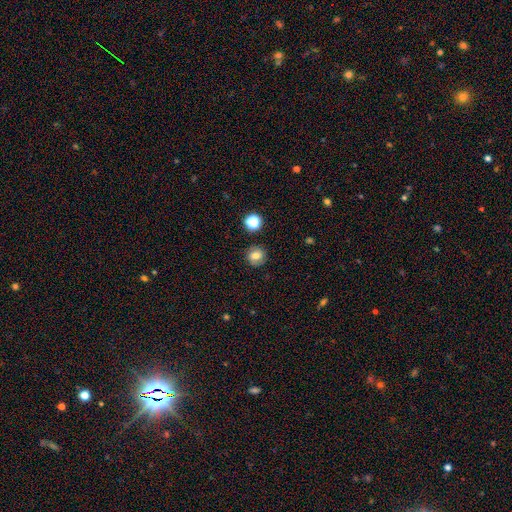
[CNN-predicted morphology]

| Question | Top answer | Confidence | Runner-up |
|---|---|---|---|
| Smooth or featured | smooth | 68% | featured or disk (18%) |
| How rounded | round | 86% | in between (13%) |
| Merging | none | 85% | minor disturbance (9%) |